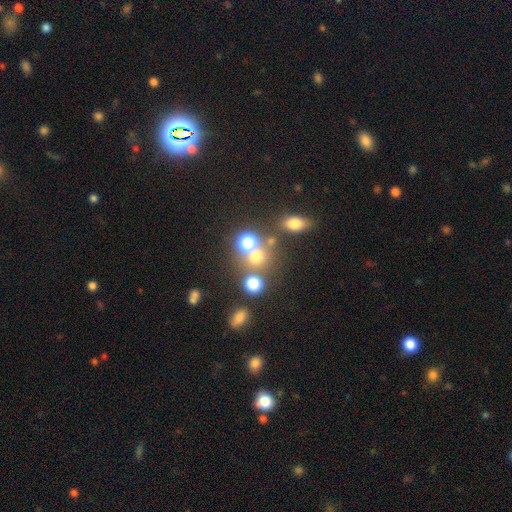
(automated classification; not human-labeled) smooth_or_featured: smooth (p=0.63) [alt: star or artifact p=0.25]
how_rounded: round (p=0.84) [alt: in between p=0.15]
merging: none (p=0.58) [alt: merger p=0.28]